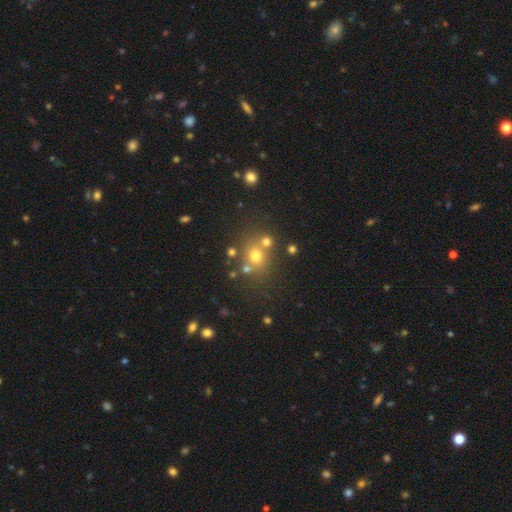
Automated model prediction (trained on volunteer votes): Smooth or featured: smooth — 64% (star or artifact — 23%)
How rounded: round — 76% (in between — 23%)
Merging: none — 64% (merger — 21%)